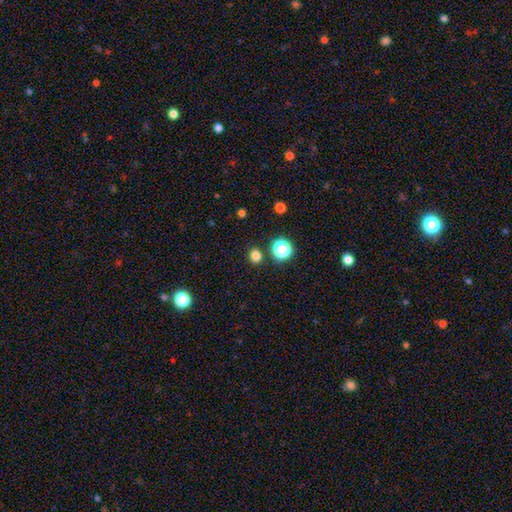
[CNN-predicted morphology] smooth_or_featured: smooth (p=0.78) [alt: star or artifact p=0.18]
how_rounded: round (p=0.74) [alt: in between p=0.25]
merging: none (p=0.86) [alt: minor disturbance p=0.07]